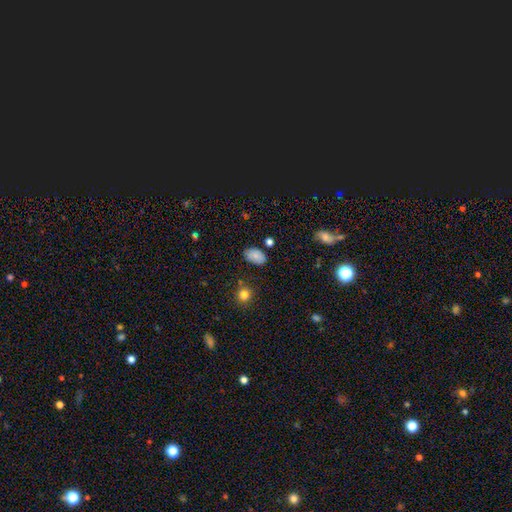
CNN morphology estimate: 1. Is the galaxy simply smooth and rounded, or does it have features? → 81% smooth, 10% star or artifact, 9% featured or disk.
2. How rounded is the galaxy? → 90% in between, 9% round, 1% cigar-shaped.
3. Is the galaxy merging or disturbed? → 76% none, 17% minor disturbance, 4% major disturbance, 3% merger.